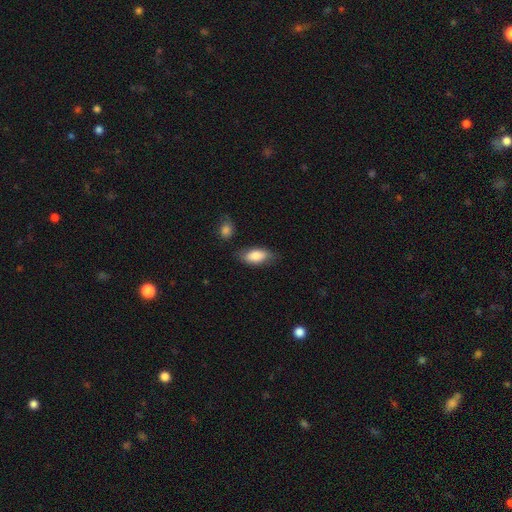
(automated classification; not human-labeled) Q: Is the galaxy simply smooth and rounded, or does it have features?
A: smooth — 82%.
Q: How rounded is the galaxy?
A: in between — 89%.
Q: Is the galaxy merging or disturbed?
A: none — 74%.